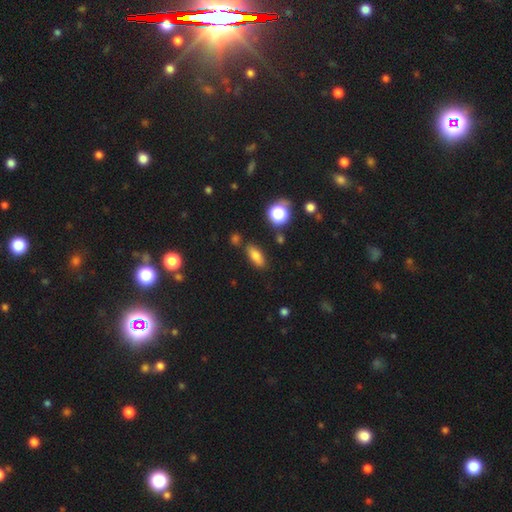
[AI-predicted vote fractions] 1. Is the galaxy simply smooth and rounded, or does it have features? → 74% smooth, 14% star or artifact, 12% featured or disk.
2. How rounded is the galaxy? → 72% in between, 21% cigar-shaped, 7% round.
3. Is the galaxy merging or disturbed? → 80% none, 12% minor disturbance, 5% merger, 3% major disturbance.